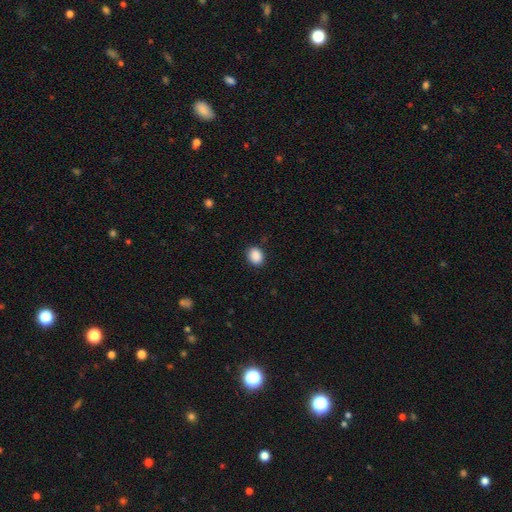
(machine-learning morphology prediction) smooth-or-featured: smooth: 89% | star or artifact: 8% | featured or disk: 3%
  how-rounded: round: 50% | in between: 49% | cigar-shaped: 1%
  merging: none: 88% | minor disturbance: 8% | major disturbance: 2% | merger: 1%